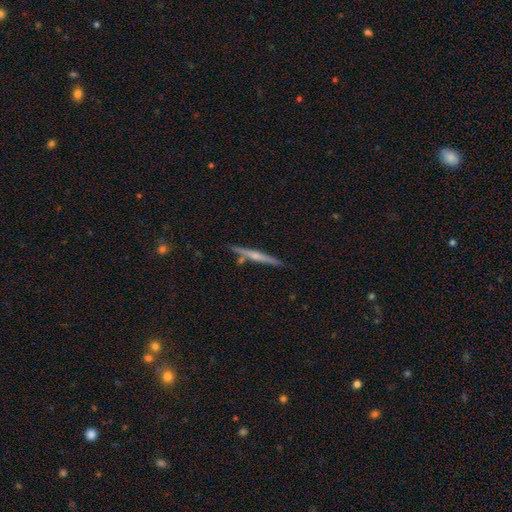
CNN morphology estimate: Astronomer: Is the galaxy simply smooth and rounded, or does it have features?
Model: featured or disk — 60%.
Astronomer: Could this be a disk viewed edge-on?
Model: yes — 98%.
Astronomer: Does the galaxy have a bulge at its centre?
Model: rounded — 54% (runner-up: none, 38%).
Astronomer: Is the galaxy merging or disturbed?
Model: none — 84%.